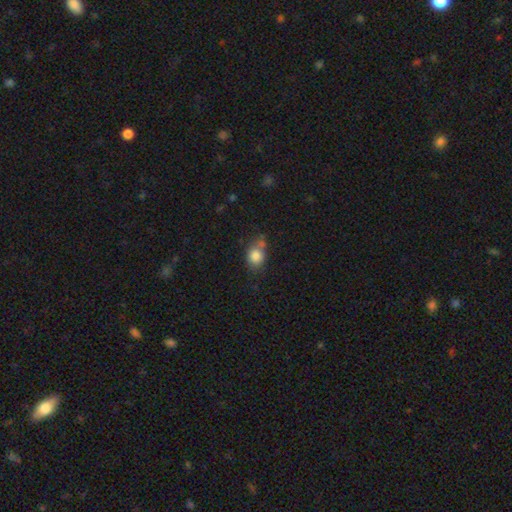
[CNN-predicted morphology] This appears to be a smooth galaxy with no disk features (83%) that is round (55%). Merging: none (53%).